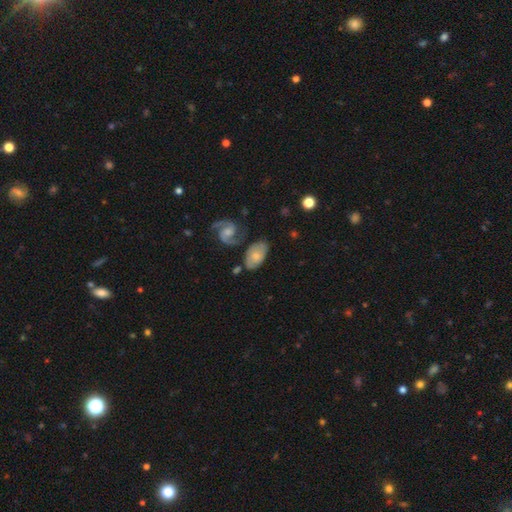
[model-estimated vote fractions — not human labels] Smooth or featured: smooth — 47% (featured or disk — 46%)
Merging: none — 59% (minor disturbance — 21%)